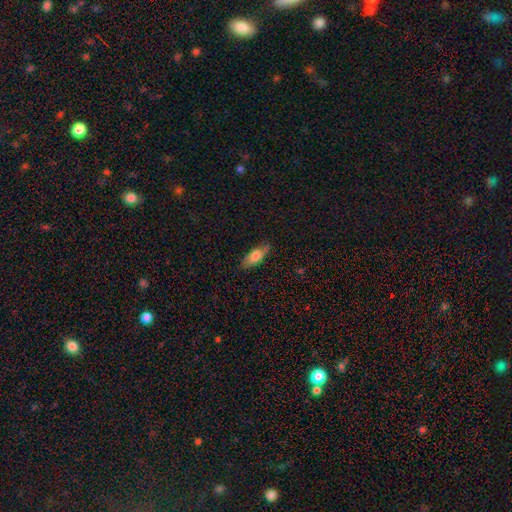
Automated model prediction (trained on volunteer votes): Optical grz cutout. It shows a smooth galaxy with no disk features (69%) that is in between round and cigar-shaped (75%). Merging: none (77%).